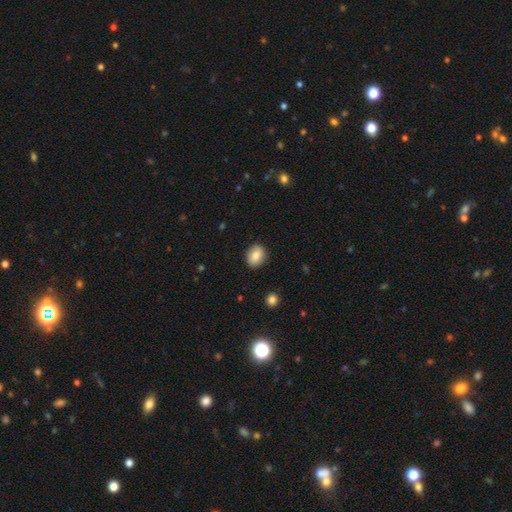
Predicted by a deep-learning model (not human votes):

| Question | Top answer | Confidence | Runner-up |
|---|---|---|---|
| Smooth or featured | smooth | 85% | star or artifact (8%) |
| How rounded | in between | 58% | round (41%) |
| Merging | none | 86% | minor disturbance (11%) |